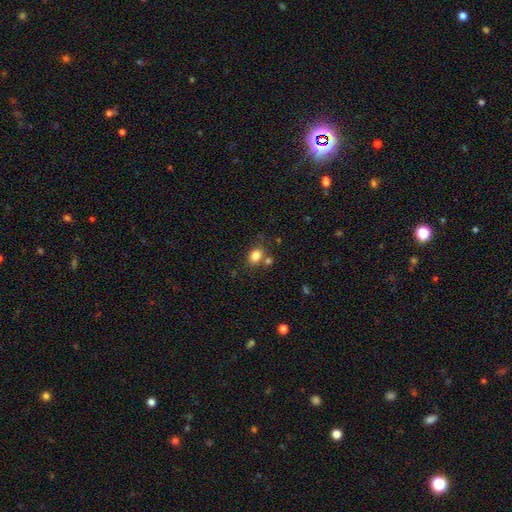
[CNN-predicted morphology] Smooth or featured?
  - smooth: 83% *
  - star or artifact: 11%
  - featured or disk: 7%
How rounded?
  - in between: 58% *
  - round: 41%
  - cigar-shaped: 1%
Merging?
  - none: 66% *
  - merger: 17%
  - minor disturbance: 13%
  - major disturbance: 4%